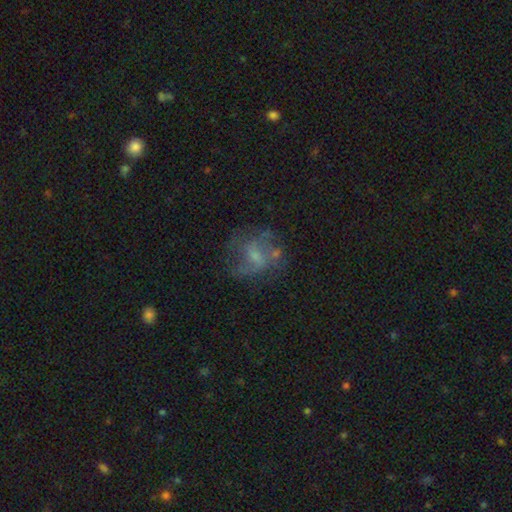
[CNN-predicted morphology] This is possibly a featured or disk galaxy (60%). It is clearly not viewed edge-on (97%). Bar: possibly weak (46%). Spiral arm pattern: likely yes (68%). Central bulge: marginally small (45%). Merging: possibly none (53%).